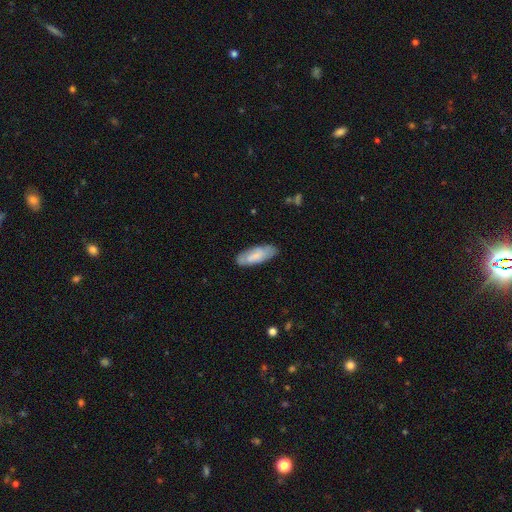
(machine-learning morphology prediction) Smooth or featured? smooth (69%)
How rounded? in between (71%)
Merging? none (76%)